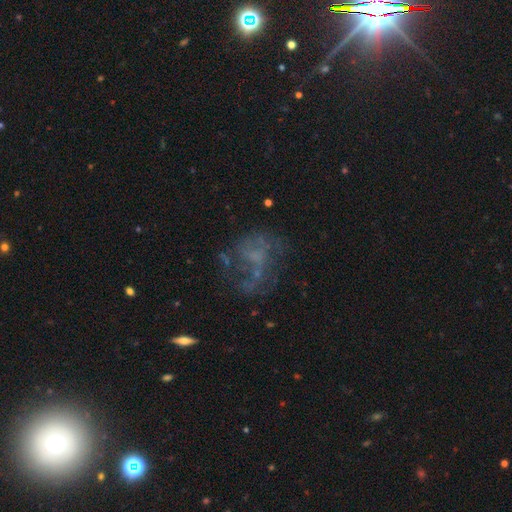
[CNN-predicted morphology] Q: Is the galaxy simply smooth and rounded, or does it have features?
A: featured or disk — 59%.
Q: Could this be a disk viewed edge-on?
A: no — 98%.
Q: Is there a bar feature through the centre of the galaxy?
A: no — 75%.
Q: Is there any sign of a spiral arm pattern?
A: no — 53%.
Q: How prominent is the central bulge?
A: none — 62%.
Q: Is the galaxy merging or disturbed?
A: none — 46%.